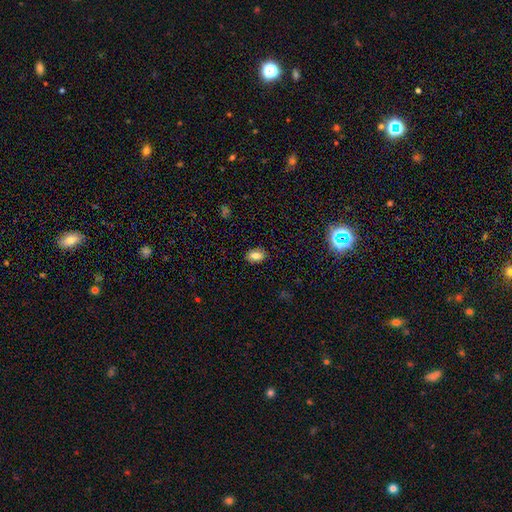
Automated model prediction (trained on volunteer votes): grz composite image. It shows a smooth galaxy with no disk features (80%) that is in between round and cigar-shaped (86%). Merging: none (87%).